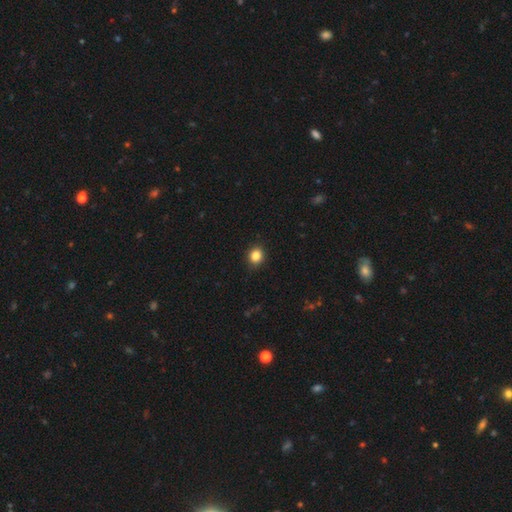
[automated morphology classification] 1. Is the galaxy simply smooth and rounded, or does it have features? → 85% smooth, 11% star or artifact, 4% featured or disk.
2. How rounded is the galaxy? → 79% round, 20% in between, 1% cigar-shaped.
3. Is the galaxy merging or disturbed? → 90% none, 7% minor disturbance, 2% major disturbance, 1% merger.